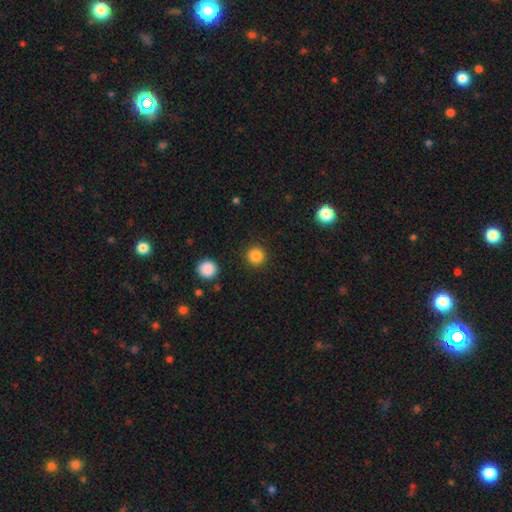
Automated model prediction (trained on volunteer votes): Smooth or featured: smooth — 85% (star or artifact — 11%)
How rounded: round — 95% (in between — 4%)
Merging: none — 91% (minor disturbance — 5%)